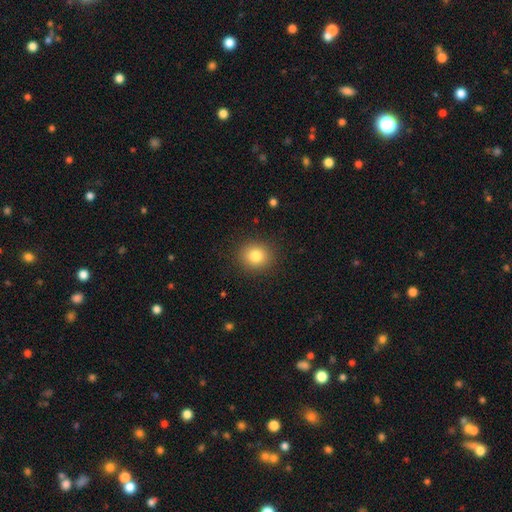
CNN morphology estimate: smooth_or_featured: smooth (p=0.82) [alt: star or artifact p=0.11]
how_rounded: round (p=0.81) [alt: in between p=0.18]
merging: none (p=0.90) [alt: minor disturbance p=0.07]